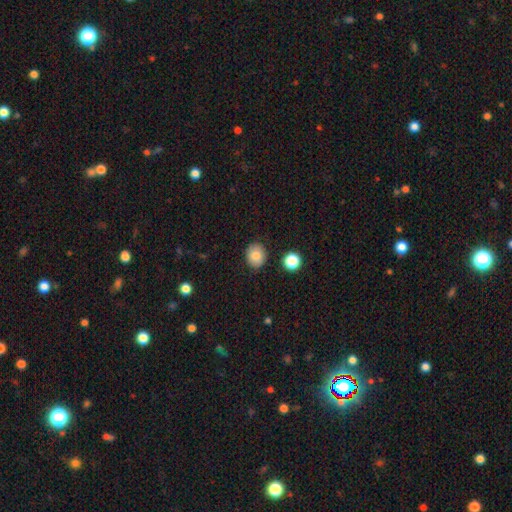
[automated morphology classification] A smooth galaxy with no disk features (80%) that is round (64%). Merging: none (87%).